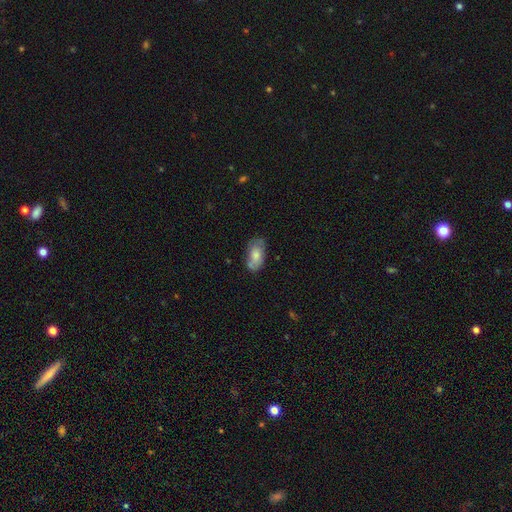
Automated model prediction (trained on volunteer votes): Smooth or featured?
  - smooth: 69% *
  - featured or disk: 24%
  - star or artifact: 7%
How rounded?
  - in between: 92% *
  - round: 4%
  - cigar-shaped: 3%
Merging?
  - none: 61% *
  - minor disturbance: 25%
  - merger: 7%
  - major disturbance: 6%